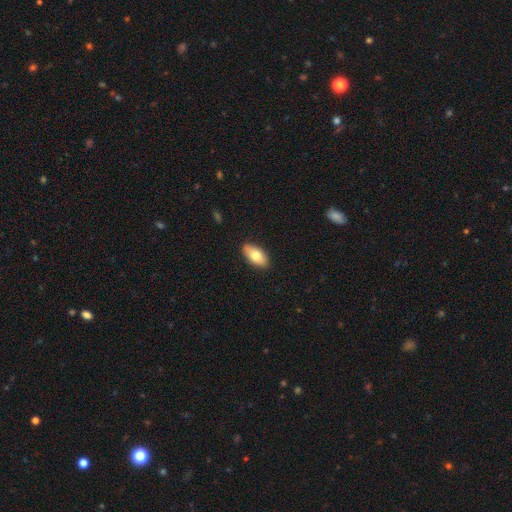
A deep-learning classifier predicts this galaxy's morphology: type=smooth (75%); roundness=in between (90%); merging=none (87%).